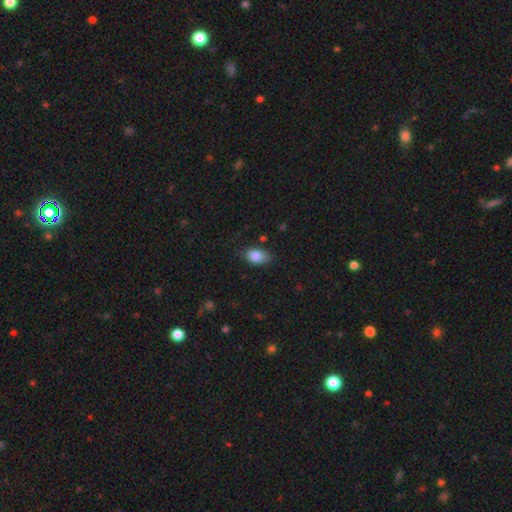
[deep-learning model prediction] smooth 87%, star or artifact 8%, featured or disk 6%. Down the decision tree: how rounded — in between (86%); merging — none (72%).